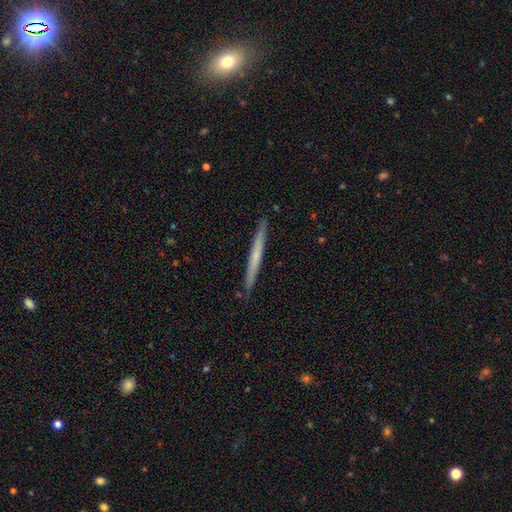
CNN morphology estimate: smooth_or_featured: smooth (p=0.49) [alt: featured or disk p=0.45]
merging: none (p=0.91) [alt: minor disturbance p=0.07]